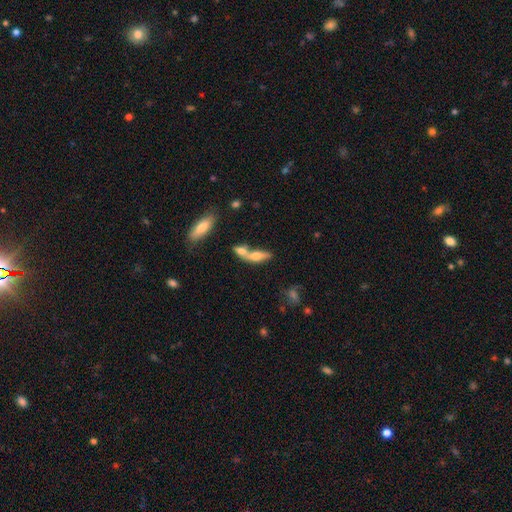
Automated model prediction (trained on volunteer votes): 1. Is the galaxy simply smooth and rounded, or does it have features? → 59% smooth, 31% featured or disk, 9% star or artifact.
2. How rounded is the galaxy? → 56% in between, 38% cigar-shaped, 7% round.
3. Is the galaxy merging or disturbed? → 62% merger, 24% none, 8% minor disturbance, 5% major disturbance.